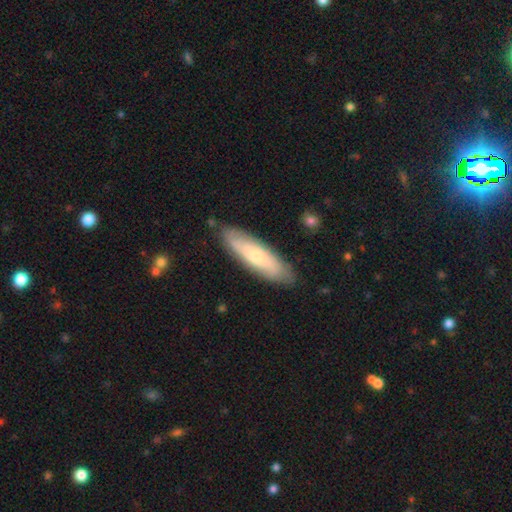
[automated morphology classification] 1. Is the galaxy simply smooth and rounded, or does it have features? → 52% smooth, 43% featured or disk, 6% star or artifact.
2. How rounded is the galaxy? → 59% cigar-shaped, 39% in between, 2% round.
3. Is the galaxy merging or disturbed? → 84% none, 12% minor disturbance, 2% major disturbance, 1% merger.